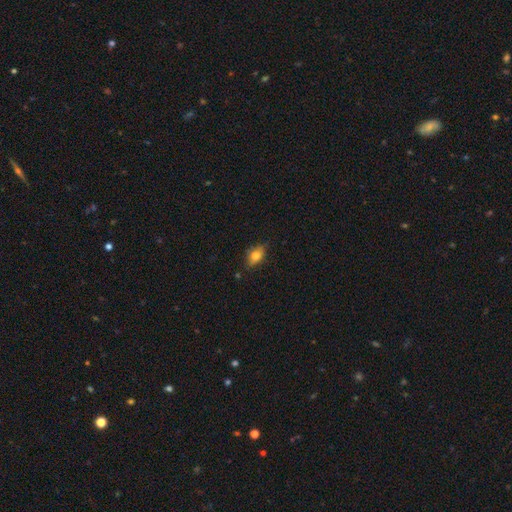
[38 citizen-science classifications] Smooth or featured: smooth — 82% (featured or disk — 16%)
How rounded: in between — 87% (round — 13%)
Merging: none — 81% (minor disturbance — 11%)